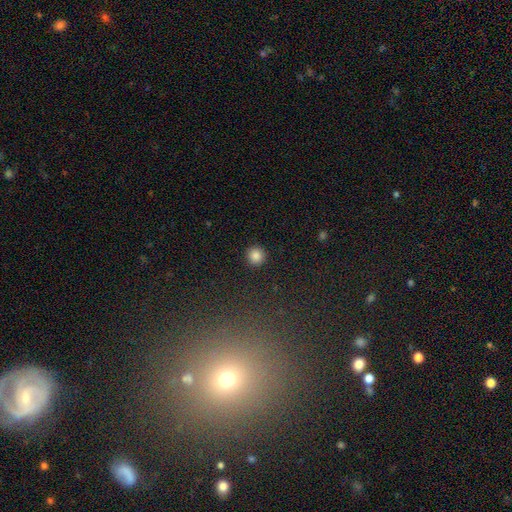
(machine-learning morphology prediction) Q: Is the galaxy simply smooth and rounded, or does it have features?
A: smooth — 86%.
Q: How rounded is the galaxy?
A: round — 95%.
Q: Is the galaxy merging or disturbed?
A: none — 93%.